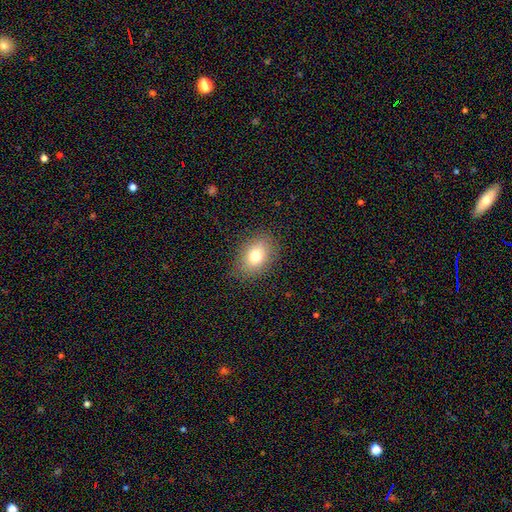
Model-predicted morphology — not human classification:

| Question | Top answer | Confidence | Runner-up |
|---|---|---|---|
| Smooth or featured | smooth | 77% | featured or disk (12%) |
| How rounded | in between | 74% | round (25%) |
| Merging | none | 86% | minor disturbance (10%) |